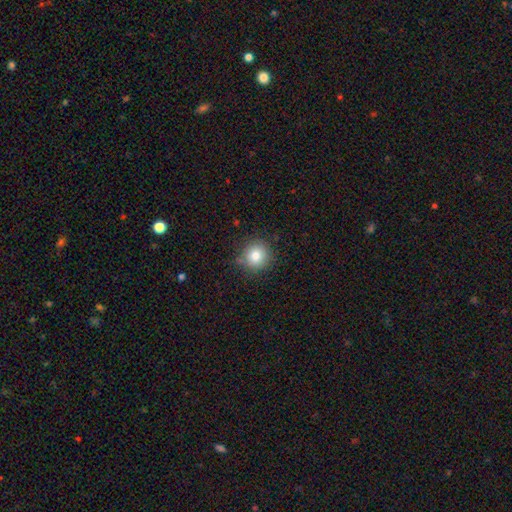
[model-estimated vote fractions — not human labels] smooth 81%, star or artifact 11%, featured or disk 8%. Down the decision tree: how rounded — round (92%); merging — none (83%).